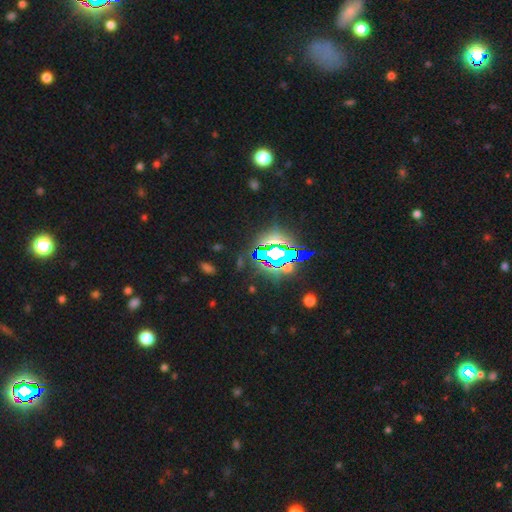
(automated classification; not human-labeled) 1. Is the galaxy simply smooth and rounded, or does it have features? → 82% star or artifact, 10% smooth, 8% featured or disk.